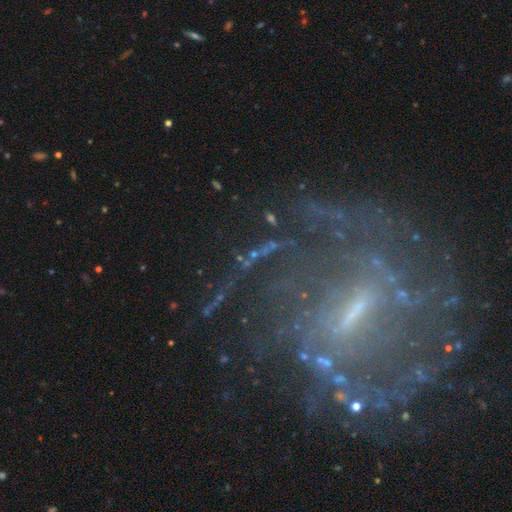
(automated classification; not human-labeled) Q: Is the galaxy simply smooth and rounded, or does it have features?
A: featured or disk — 77%.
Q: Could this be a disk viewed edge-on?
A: no — 93%.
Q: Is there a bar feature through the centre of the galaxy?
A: strong — 46%.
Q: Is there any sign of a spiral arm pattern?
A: yes — 84%.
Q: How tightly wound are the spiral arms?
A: tight — 46%.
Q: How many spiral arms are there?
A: can't tell — 44%.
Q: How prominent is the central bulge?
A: small — 48%.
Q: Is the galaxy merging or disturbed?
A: none — 60%.